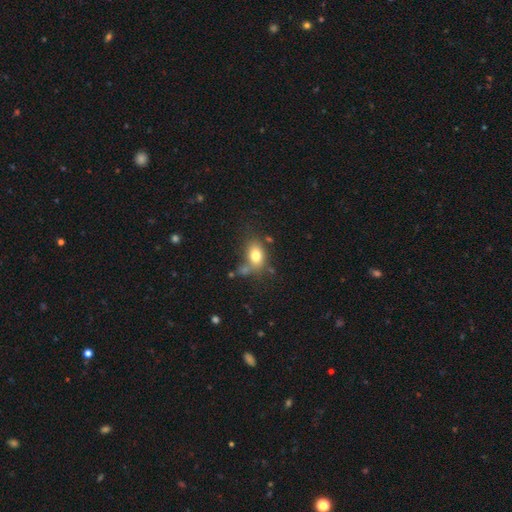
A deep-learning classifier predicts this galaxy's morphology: Overall: smooth (77%). How rounded: in between (75%). Merging: none (56%; minor disturbance 21%).